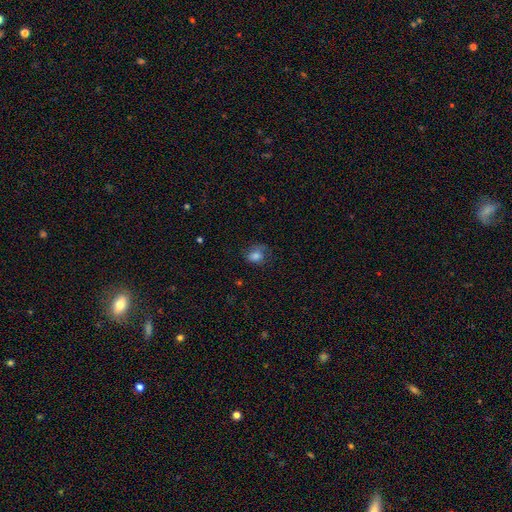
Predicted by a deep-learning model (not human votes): Morphology: type=smooth (75%); roundness=in between (54%); merging=none (52%).